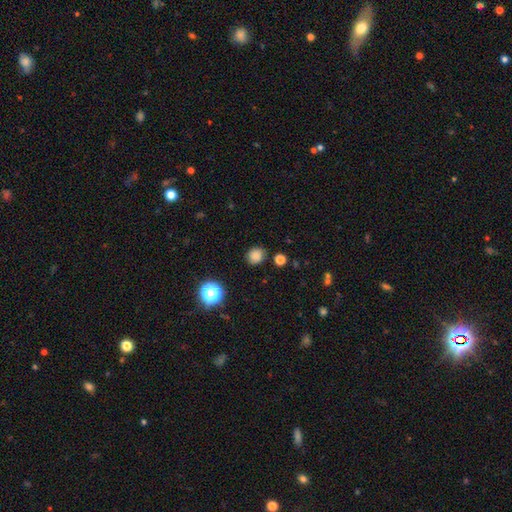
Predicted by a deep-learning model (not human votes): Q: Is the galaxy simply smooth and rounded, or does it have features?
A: smooth — 81%.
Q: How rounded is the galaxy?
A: round — 78%.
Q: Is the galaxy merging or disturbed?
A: none — 82%.